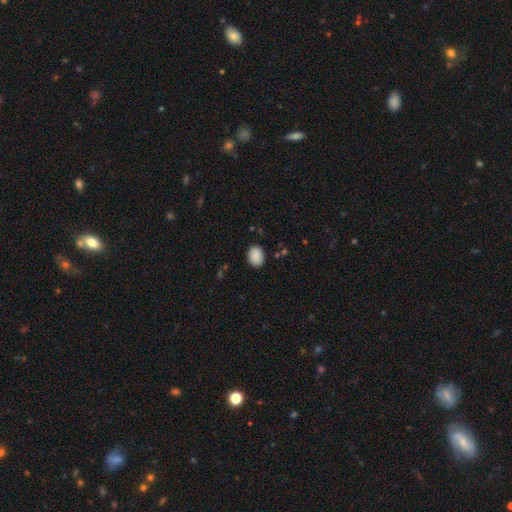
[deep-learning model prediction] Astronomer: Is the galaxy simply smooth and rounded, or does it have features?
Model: smooth — 89%.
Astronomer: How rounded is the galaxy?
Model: in between — 67%.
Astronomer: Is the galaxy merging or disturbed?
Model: none — 86%.